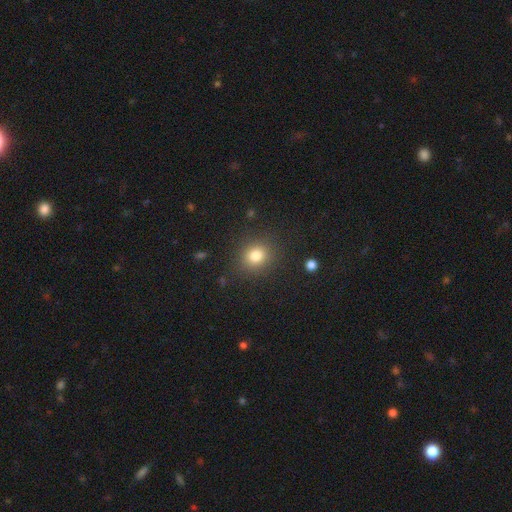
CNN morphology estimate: Smooth or featured? smooth (80%)
How rounded? round (74%)
Merging? none (86%)